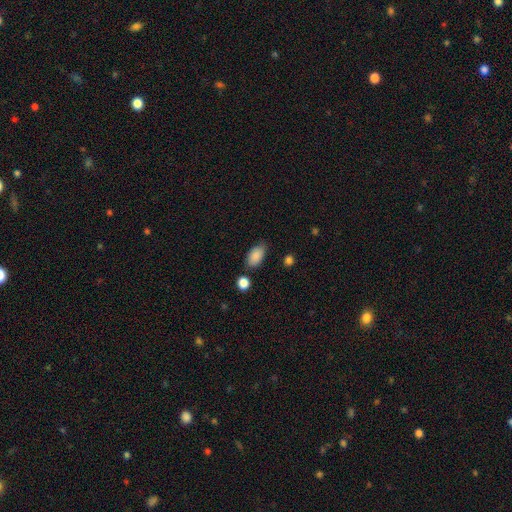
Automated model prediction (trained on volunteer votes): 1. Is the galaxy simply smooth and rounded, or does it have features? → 88% smooth, 7% star or artifact, 5% featured or disk.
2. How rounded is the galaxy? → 92% in between, 5% round, 2% cigar-shaped.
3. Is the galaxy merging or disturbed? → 74% none, 17% minor disturbance, 5% merger, 4% major disturbance.